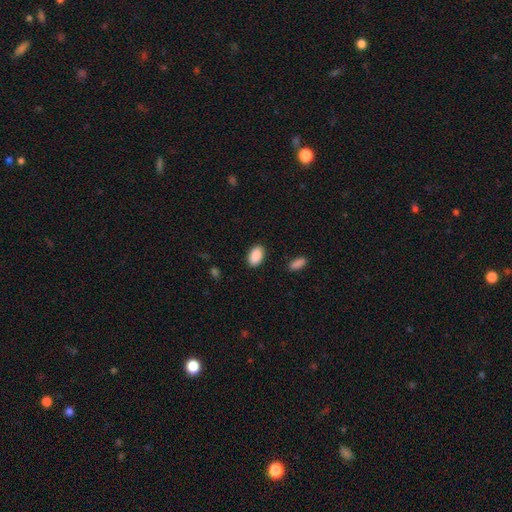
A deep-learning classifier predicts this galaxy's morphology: This is clearly a smooth galaxy (90%). How rounded: clearly in between (93%). Merging: clearly none (88%).